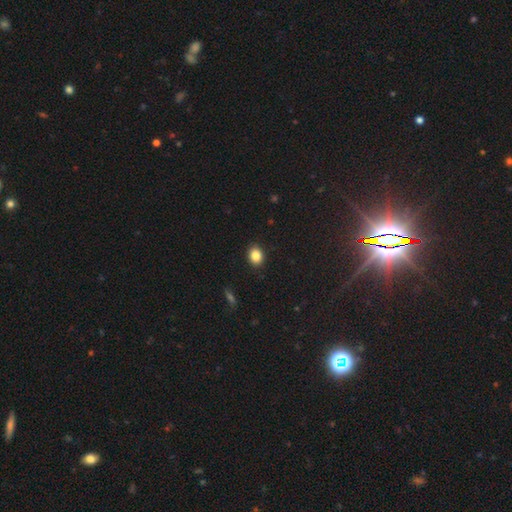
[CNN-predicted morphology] A smooth galaxy with no disk features (86%) that is in between round and cigar-shaped (52%). Merging: none (90%).